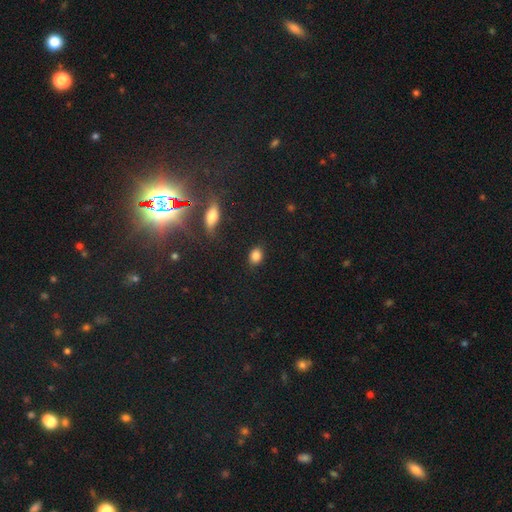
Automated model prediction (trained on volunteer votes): The model was most divided on "how rounded": in between: 57%, round: 41%, cigar-shaped: 2%. More confident: smooth or featured — smooth (86%); merging — none (86%).